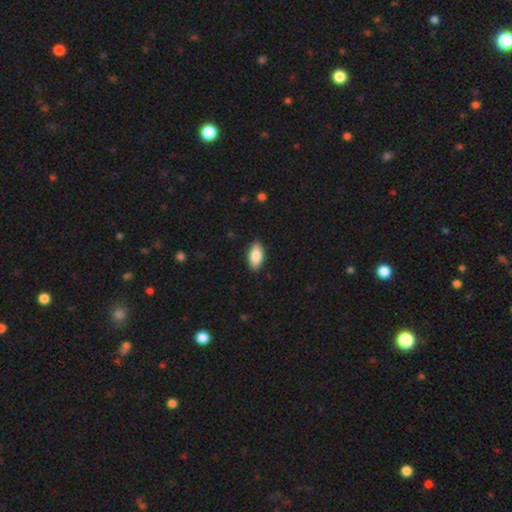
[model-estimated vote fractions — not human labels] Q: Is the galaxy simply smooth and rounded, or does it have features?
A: smooth — 84%.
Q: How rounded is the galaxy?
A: in between — 90%.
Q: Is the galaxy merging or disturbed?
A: none — 88%.